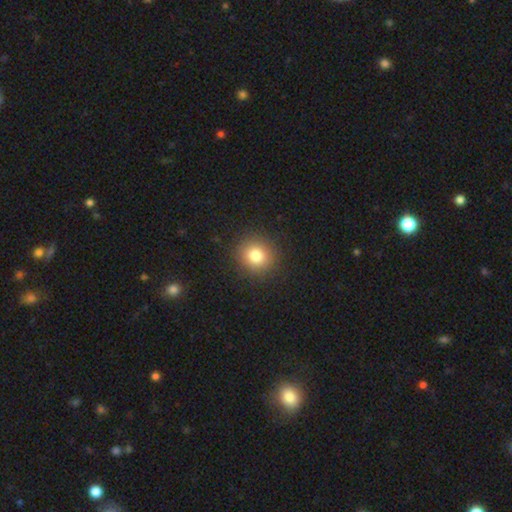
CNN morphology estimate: Smooth or featured: smooth — 81% (star or artifact — 12%)
How rounded: round — 87% (in between — 12%)
Merging: none — 89% (minor disturbance — 7%)